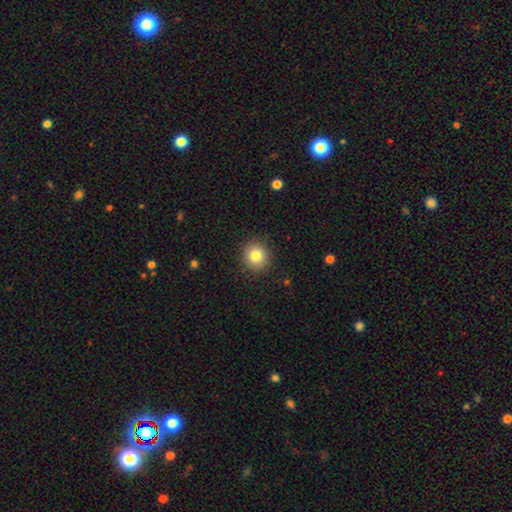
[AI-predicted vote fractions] Overall: smooth (82%). How rounded: round (90%). Merging: none (90%).